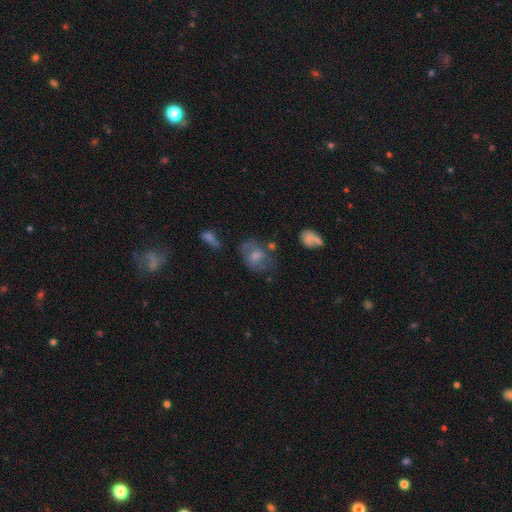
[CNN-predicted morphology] Smooth or featured? smooth (58%)
How rounded? in between (57%)
Merging? none (44%)